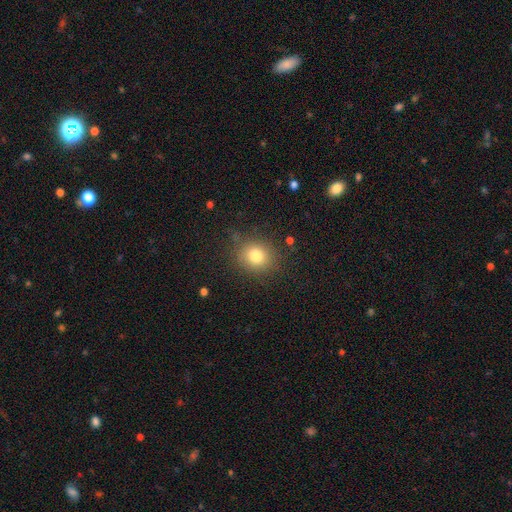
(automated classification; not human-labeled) smooth_or_featured: smooth (p=0.80) [alt: star or artifact p=0.12]
how_rounded: round (p=0.74) [alt: in between p=0.25]
merging: none (p=0.84) [alt: minor disturbance p=0.11]